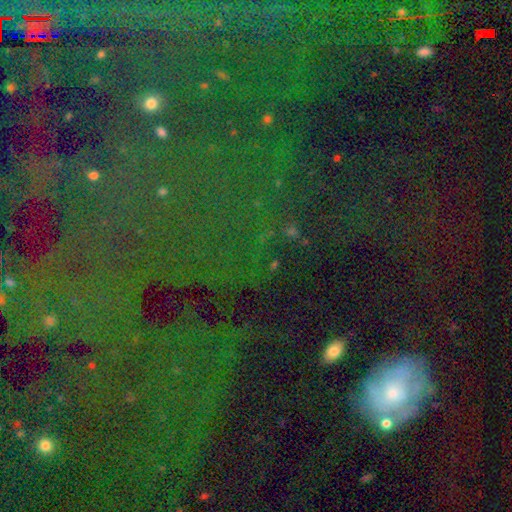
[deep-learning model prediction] This is likely a star or artifact rather than a galaxy (71%).